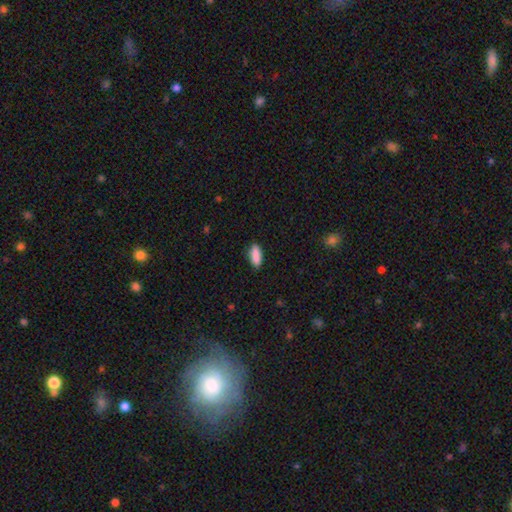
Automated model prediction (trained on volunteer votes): Smooth or featured? Predicted: smooth (p=0.89). How rounded? Predicted: in between (p=0.73). Merging? Predicted: none (p=0.88).